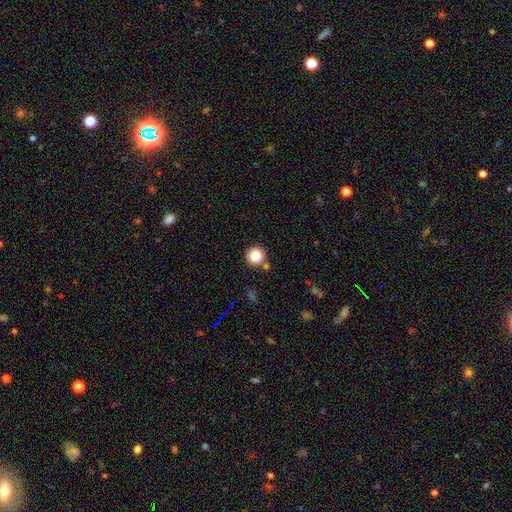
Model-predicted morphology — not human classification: Smooth or featured: smooth — 84% (star or artifact — 11%)
How rounded: round — 95% (in between — 4%)
Merging: none — 82% (minor disturbance — 8%)